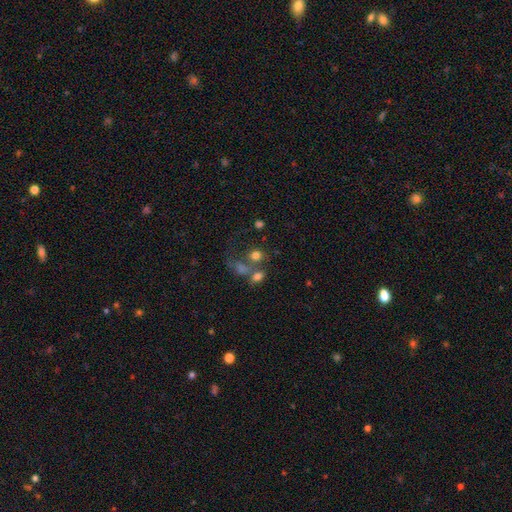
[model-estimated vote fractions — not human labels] Smooth or featured? smooth (72%)
How rounded? round (69%)
Merging? none (42%)